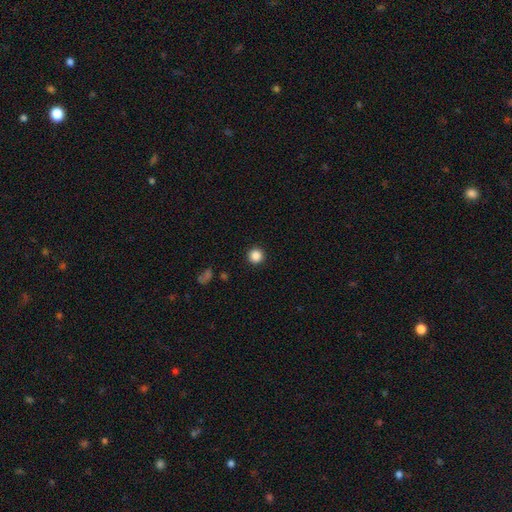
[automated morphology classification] Overall: smooth (87%). How rounded: round (96%). Merging: none (92%).